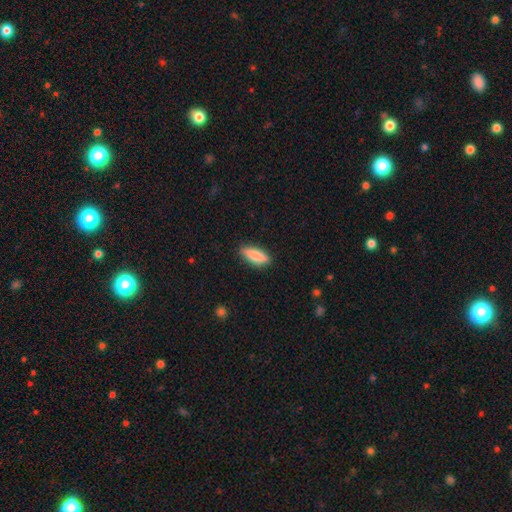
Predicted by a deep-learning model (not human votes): The model was most divided on "how rounded": in between: 61%, cigar-shaped: 37%, round: 2%. More confident: merging — none (87%); smooth or featured — smooth (83%).